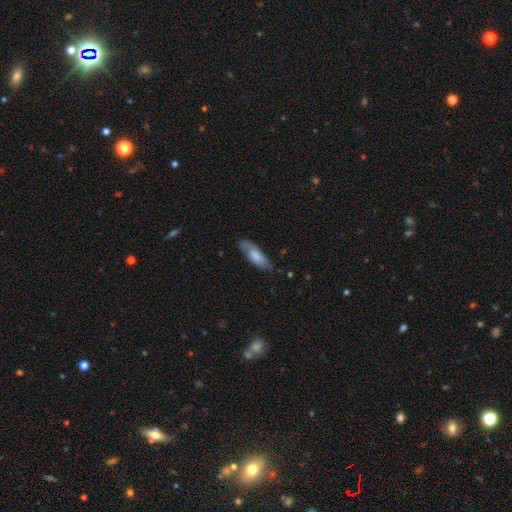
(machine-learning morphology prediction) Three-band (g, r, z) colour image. It shows a smooth galaxy with no disk features (67%) that is in between round and cigar-shaped (65%). Merging: none (72%).